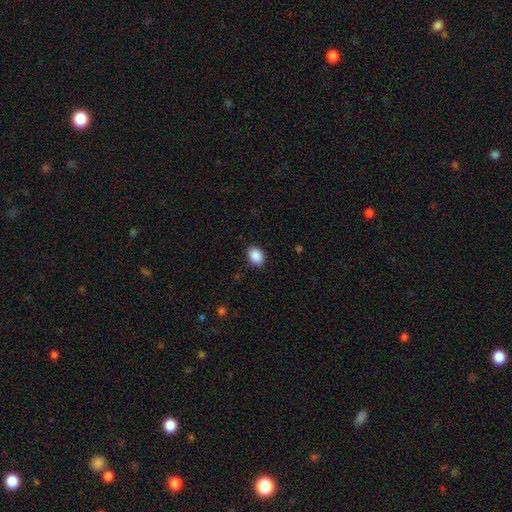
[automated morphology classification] Smooth or featured: smooth — 90% (star or artifact — 8%)
How rounded: in between — 68% (round — 31%)
Merging: none — 89% (minor disturbance — 8%)